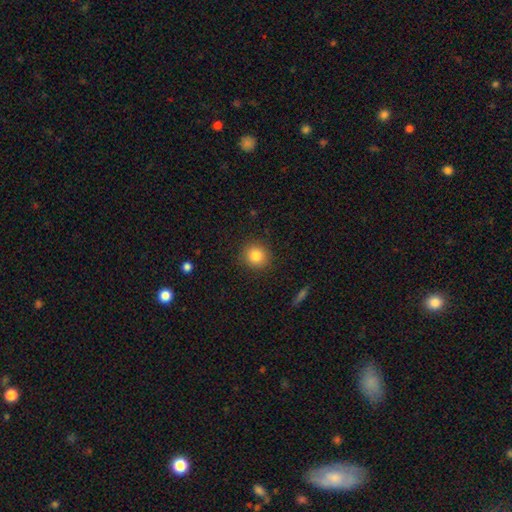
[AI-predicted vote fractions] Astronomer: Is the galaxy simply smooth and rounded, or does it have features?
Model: smooth — 83%.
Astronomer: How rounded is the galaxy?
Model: round — 90%.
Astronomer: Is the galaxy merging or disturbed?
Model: none — 90%.